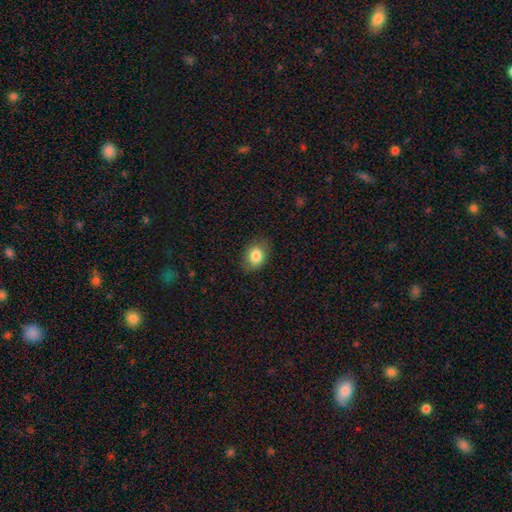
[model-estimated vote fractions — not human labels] Overall: smooth (84%). How rounded: in between (60%; round 39%). Merging: none (81%).